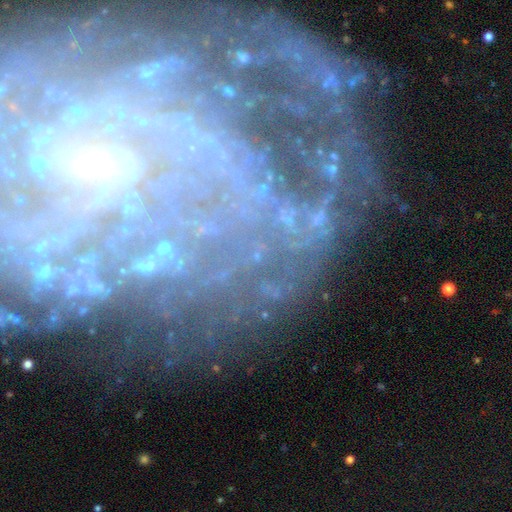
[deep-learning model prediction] A featured or disk galaxy (67%) with no bar (62%), spiral arms (74%) and a small central bulge (58%).

Vote fractions:
- Smooth or featured? featured or disk: 67% / star or artifact: 23% / smooth: 10%
- Edge-on disk? no: 95% / yes: 5%
- Bar? no: 62% / weak: 22% / strong: 16%
- Spiral arms? yes: 74% / no: 26%
- Bulge size? small: 58% / none: 27% / moderate: 10% / large: 3% / dominant: 2%
- Merging? none: 58% / minor disturbance: 18% / major disturbance: 18% / merger: 6%